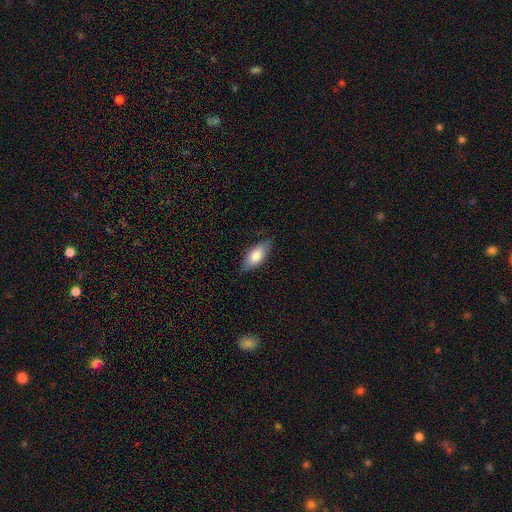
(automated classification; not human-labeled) A smooth galaxy with no disk features (79%) that is in between round and cigar-shaped (83%). Merging: none (80%).